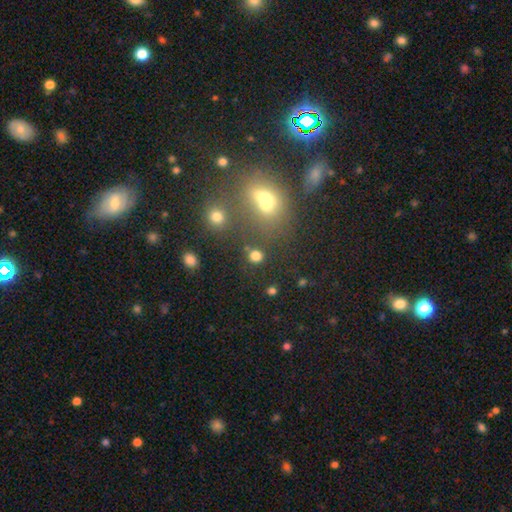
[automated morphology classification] Overall: smooth (76%). How rounded: round (82%). Merging: none (75%).